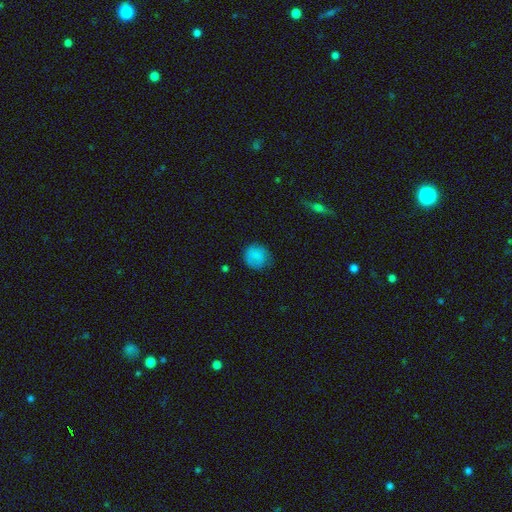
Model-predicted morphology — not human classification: Smooth or featured?
  - smooth: 83% *
  - star or artifact: 10%
  - featured or disk: 7%
How rounded?
  - round: 84% *
  - in between: 15%
  - cigar-shaped: 1%
Merging?
  - none: 75% *
  - minor disturbance: 18%
  - major disturbance: 5%
  - merger: 1%